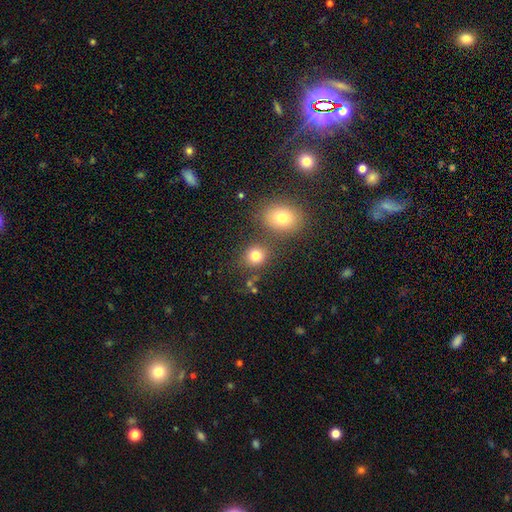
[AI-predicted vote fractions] smooth_or_featured: smooth (p=0.79) [alt: star or artifact p=0.13]
how_rounded: round (p=0.77) [alt: in between p=0.22]
merging: none (p=0.70) [alt: merger p=0.17]